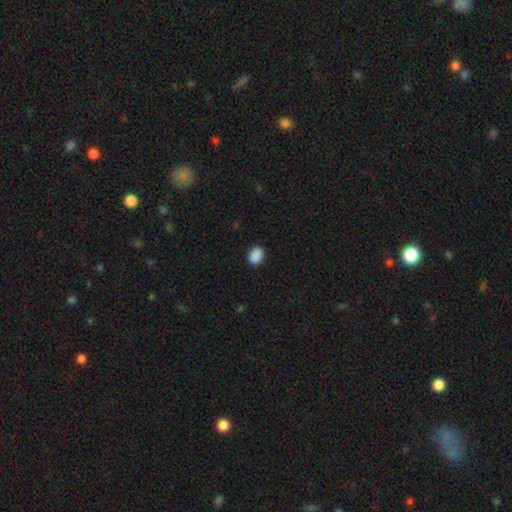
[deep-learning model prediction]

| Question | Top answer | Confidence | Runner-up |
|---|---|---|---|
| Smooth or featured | smooth | 89% | star or artifact (9%) |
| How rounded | in between | 63% | round (36%) |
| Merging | none | 87% | minor disturbance (10%) |